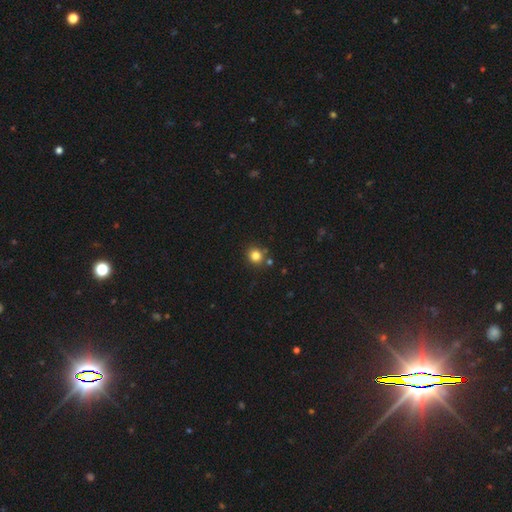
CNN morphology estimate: smooth_or_featured: smooth (p=0.82) [alt: star or artifact p=0.13]
how_rounded: round (p=0.86) [alt: in between p=0.13]
merging: none (p=0.80) [alt: minor disturbance p=0.09]